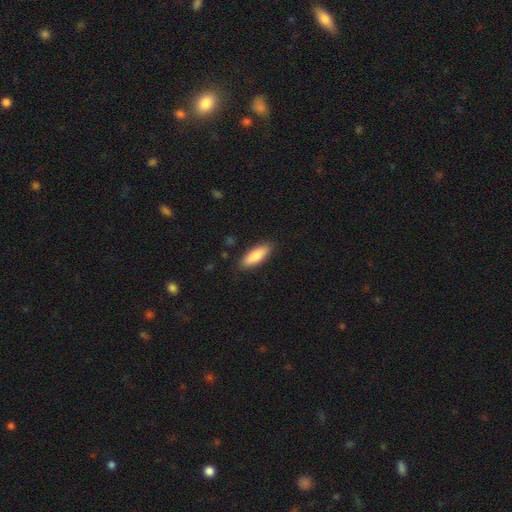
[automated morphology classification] This is clearly a smooth galaxy (83%). How rounded: likely in between (61%). Merging: clearly none (86%).